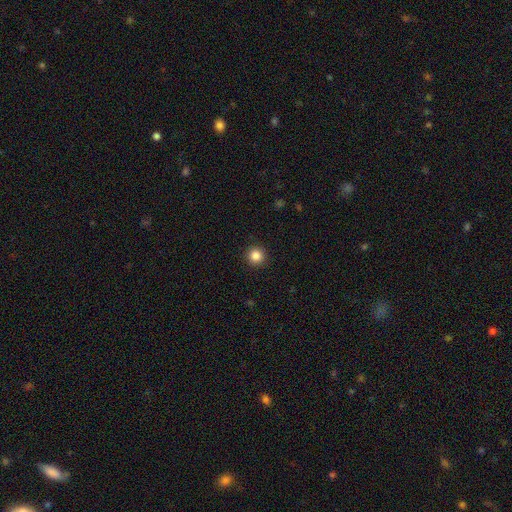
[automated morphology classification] This appears to be a smooth galaxy with no disk features (85%) that is round (96%). Merging: none (93%).